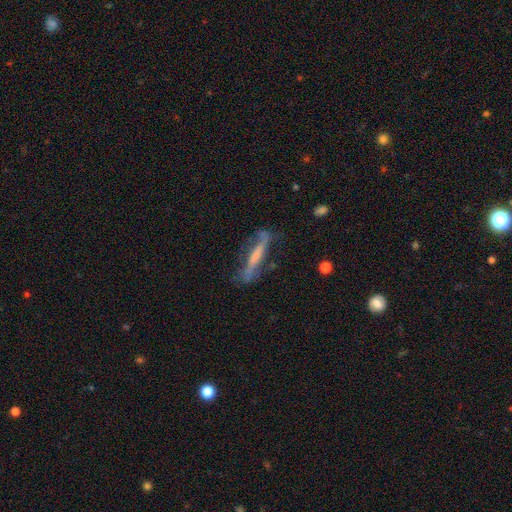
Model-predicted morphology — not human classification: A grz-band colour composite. It shows a featured or disk galaxy (59%) viewed edge-on (64%). Merging: none (60%).